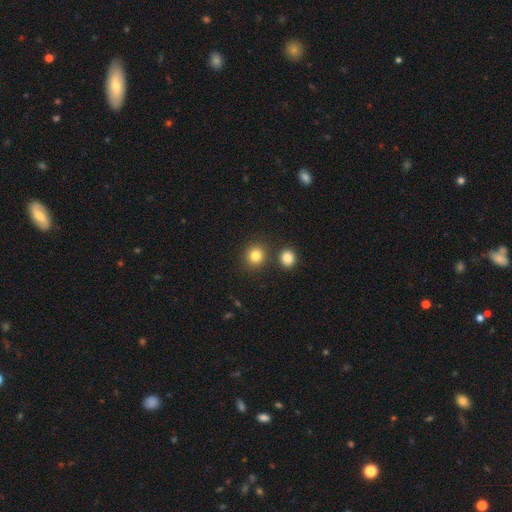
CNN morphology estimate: Q: Smooth or featured?
A: smooth (83%); runner-up: star or artifact (11%)
Q: How rounded?
A: round (82%); runner-up: in between (17%)
Q: Merging?
A: none (81%); runner-up: merger (9%)